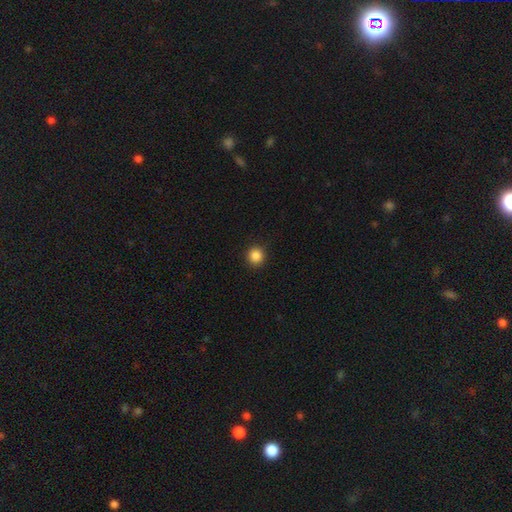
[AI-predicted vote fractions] Morphology: type=smooth (87%); roundness=round (93%); merging=none (92%).